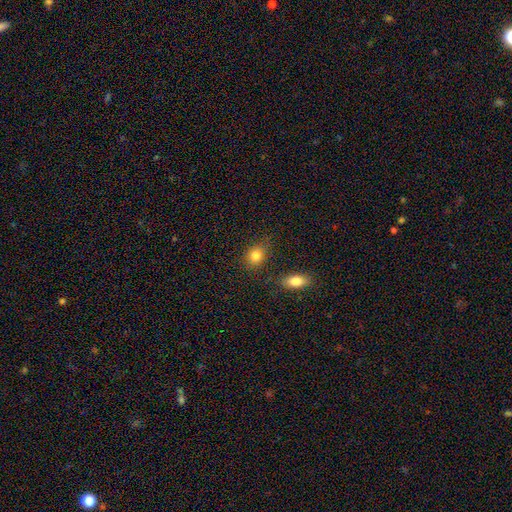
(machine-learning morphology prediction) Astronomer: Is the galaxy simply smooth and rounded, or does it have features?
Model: smooth — 83%.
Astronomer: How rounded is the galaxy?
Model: round — 55% (runner-up: in between, 43%).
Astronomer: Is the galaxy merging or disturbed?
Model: none — 76%.